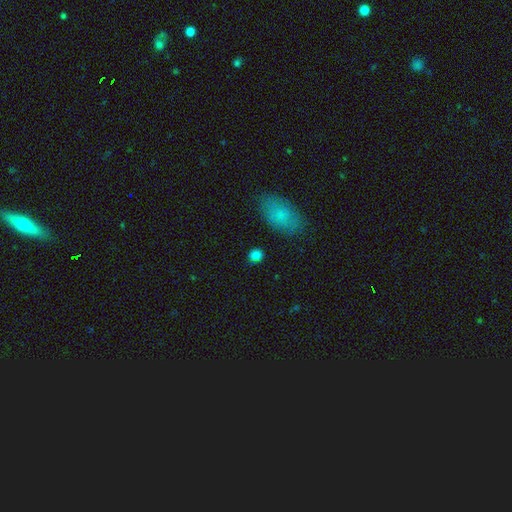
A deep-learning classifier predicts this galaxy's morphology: A smooth galaxy with no disk features (82%) that is round (70%).

Vote fractions:
- Smooth or featured? smooth: 82% / star or artifact: 13% / featured or disk: 5%
- How rounded? round: 70% / in between: 28% / cigar-shaped: 1%
- Merging? none: 78% / minor disturbance: 14% / major disturbance: 5% / merger: 4%